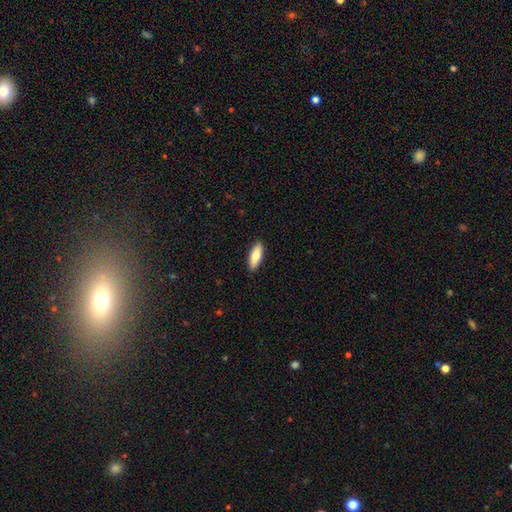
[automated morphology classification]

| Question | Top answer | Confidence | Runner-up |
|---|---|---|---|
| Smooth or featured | smooth | 81% | featured or disk (14%) |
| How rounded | in between | 65% | cigar-shaped (33%) |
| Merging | none | 90% | minor disturbance (7%) |